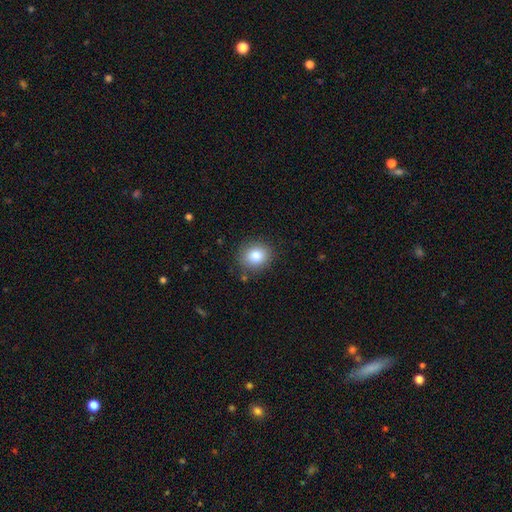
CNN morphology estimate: The model was most divided on "how rounded": round: 75%, in between: 24%, cigar-shaped: 1%. More confident: merging — none (86%); smooth or featured — smooth (82%).